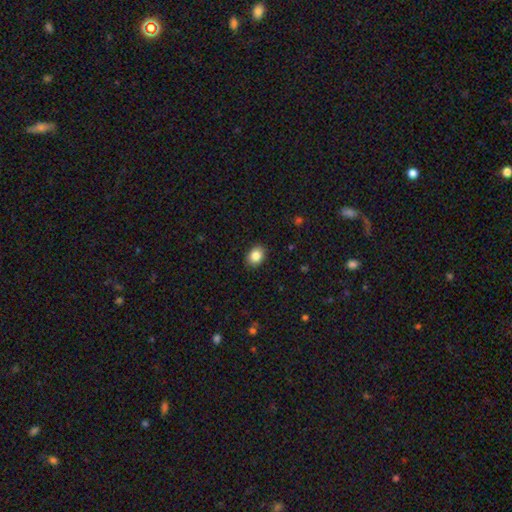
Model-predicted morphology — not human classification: smooth 86%, star or artifact 8%, featured or disk 6%. Down the decision tree: how rounded — in between (63%); merging — none (89%).